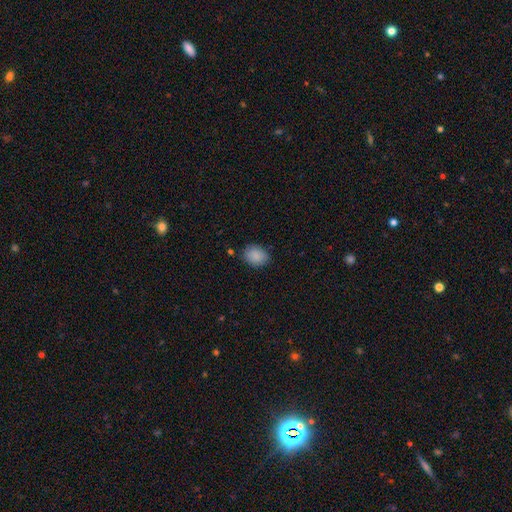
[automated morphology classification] Q: Smooth or featured?
A: smooth (88%); runner-up: star or artifact (8%)
Q: How rounded?
A: in between (61%); runner-up: round (38%)
Q: Merging?
A: none (80%); runner-up: minor disturbance (15%)